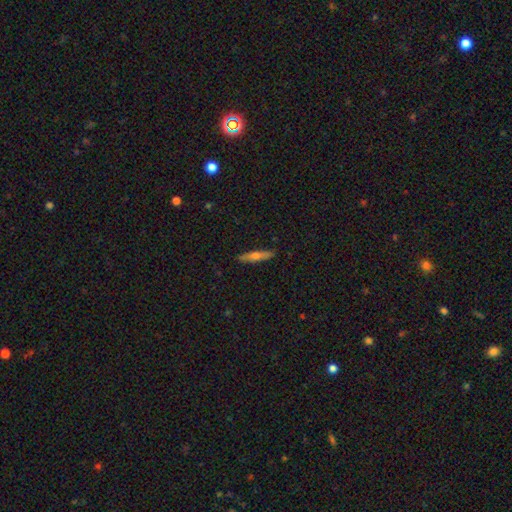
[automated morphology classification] Overall: smooth (50%; featured or disk 43%). How rounded: cigar-shaped (88%). Merging: none (89%).